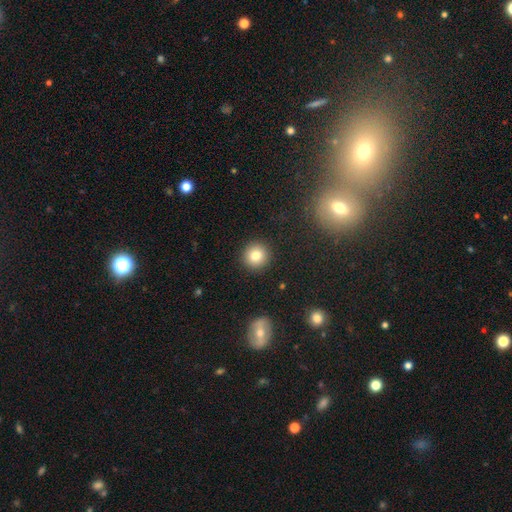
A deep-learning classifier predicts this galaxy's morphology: This appears to be a smooth galaxy with no disk features (81%) that is round (94%). Merging: none (91%).